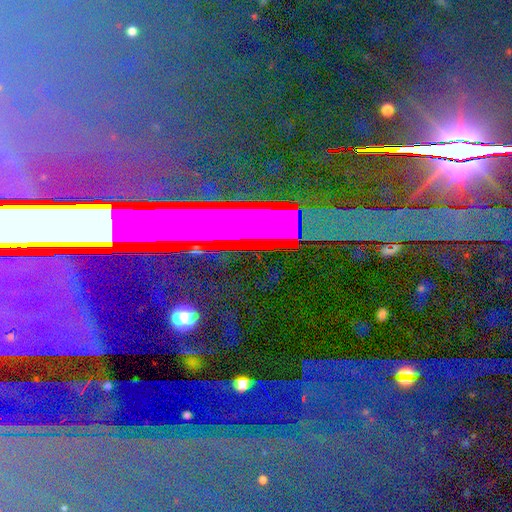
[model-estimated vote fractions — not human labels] Smooth or featured? Predicted: star or artifact (p=0.80).